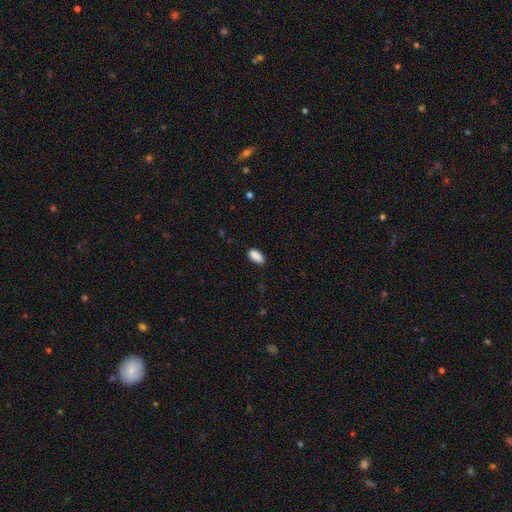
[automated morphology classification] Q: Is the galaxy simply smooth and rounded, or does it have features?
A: smooth — 89%.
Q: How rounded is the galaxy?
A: in between — 89%.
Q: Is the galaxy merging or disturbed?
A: none — 82%.